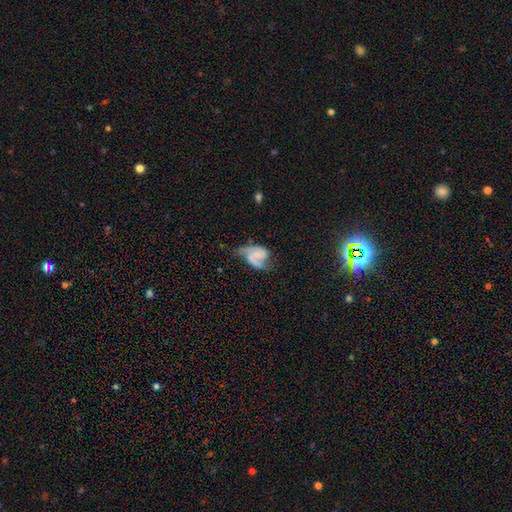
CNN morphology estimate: smooth_or_featured: featured or disk (p=0.64) [alt: smooth p=0.27]
disk_edge_on: no (p=0.98) [alt: yes p=0.02]
bar: no (p=0.56) [alt: weak p=0.34]
has_spiral_arms: yes (p=0.85) [alt: no p=0.15]
spiral_winding: medium (p=0.45) [alt: loose p=0.28]
spiral_arm_count: 2 (p=0.68) [alt: 1 p=0.16]
bulge_size: small (p=0.44) [alt: none p=0.33]
merging: none (p=0.37) [alt: minor disturbance p=0.30]